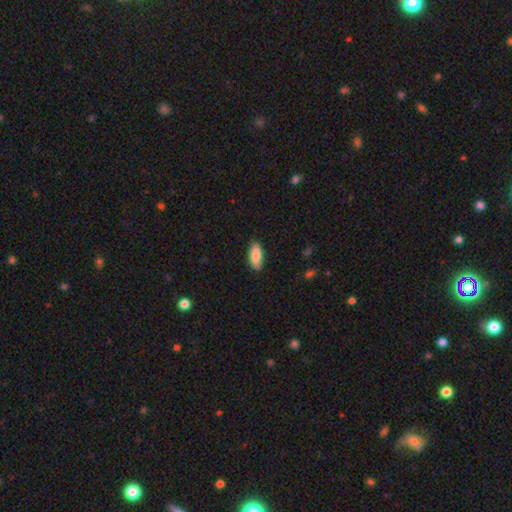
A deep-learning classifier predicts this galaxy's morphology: smooth_or_featured: smooth (p=0.87) [alt: featured or disk p=0.08]
how_rounded: in between (p=0.81) [alt: cigar-shaped p=0.17]
merging: none (p=0.86) [alt: minor disturbance p=0.11]